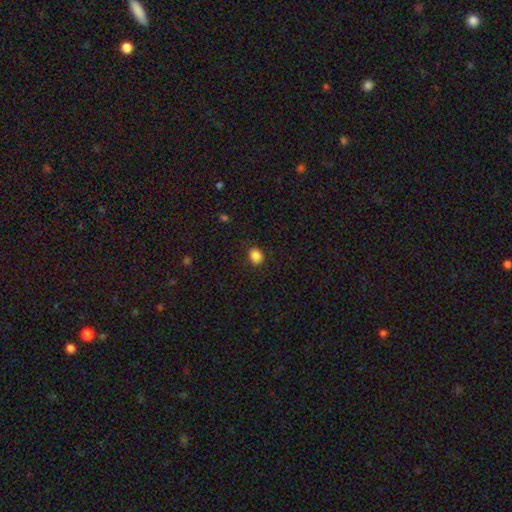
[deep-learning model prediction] A smooth galaxy with no disk features (86%) that is round (59%). Merging: none (84%).